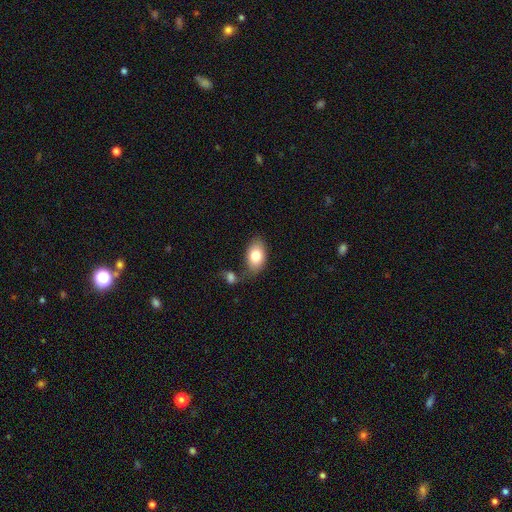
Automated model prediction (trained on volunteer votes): Smooth or featured?
  - smooth: 80% *
  - featured or disk: 13%
  - star or artifact: 7%
How rounded?
  - in between: 89% *
  - round: 9%
  - cigar-shaped: 1%
Merging?
  - none: 64% *
  - minor disturbance: 16%
  - merger: 14%
  - major disturbance: 6%